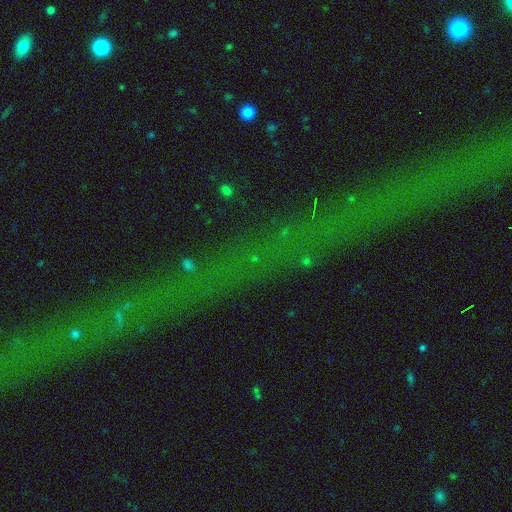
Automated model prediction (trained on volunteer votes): This appears to be a star or artifact, not a galaxy (67%).